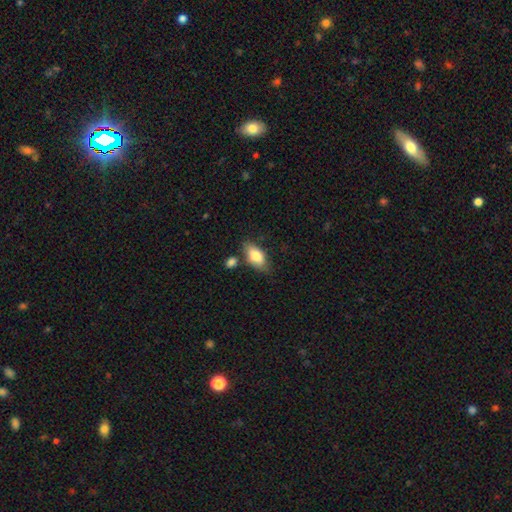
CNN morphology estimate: Smooth or featured? Predicted: smooth (p=0.81). How rounded? Predicted: in between (p=0.88). Merging? Predicted: none (p=0.69).